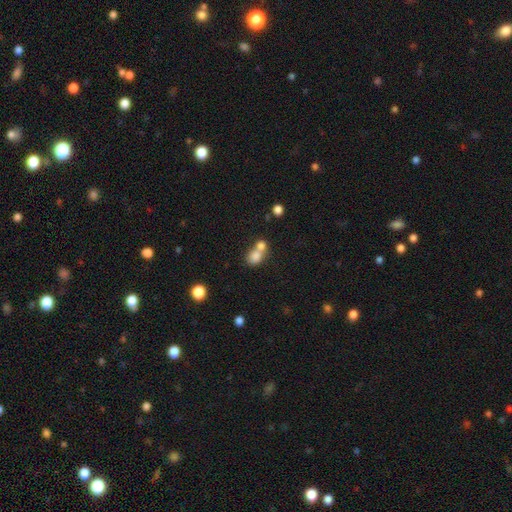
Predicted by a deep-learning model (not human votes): smooth-or-featured: smooth: 79% | star or artifact: 11% | featured or disk: 10%
  how-rounded: round: 60% | in between: 38% | cigar-shaped: 1%
  merging: merger: 60% | none: 30% | minor disturbance: 7% | major disturbance: 4%